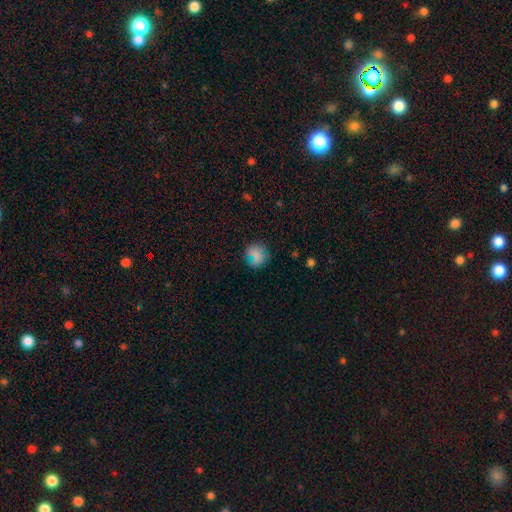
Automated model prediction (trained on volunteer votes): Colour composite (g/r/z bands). It shows a smooth galaxy with no disk features (77%) that is round (84%). Merging: none (70%).